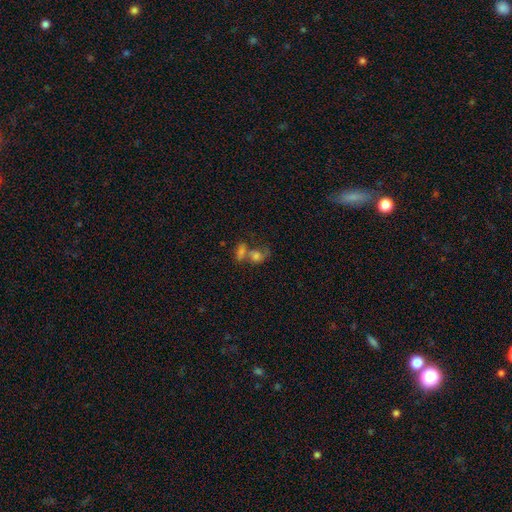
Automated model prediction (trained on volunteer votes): Smooth or featured: smooth — 47% (star or artifact — 29%)
Merging: merger — 46% (none — 37%)